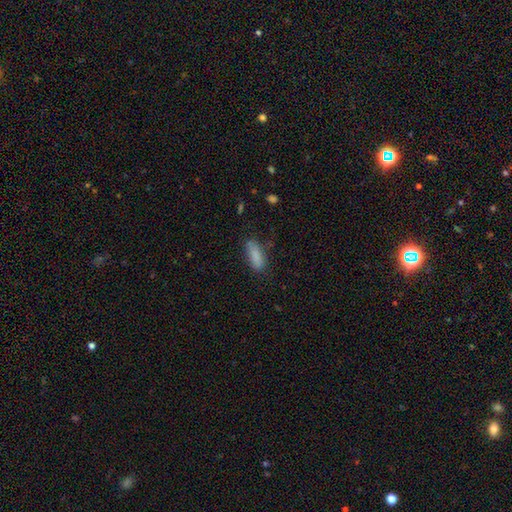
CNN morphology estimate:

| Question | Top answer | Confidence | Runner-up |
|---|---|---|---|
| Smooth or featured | smooth | 86% | star or artifact (8%) |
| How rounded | in between | 64% | cigar-shaped (34%) |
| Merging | none | 72% | minor disturbance (20%) |